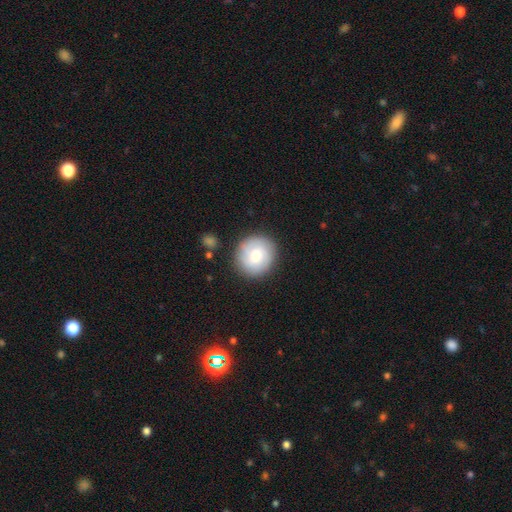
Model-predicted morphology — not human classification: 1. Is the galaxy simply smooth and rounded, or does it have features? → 60% smooth, 33% featured or disk, 7% star or artifact.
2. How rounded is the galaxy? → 91% round, 8% in between, 1% cigar-shaped.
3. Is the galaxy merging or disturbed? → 85% none, 10% minor disturbance, 3% major disturbance, 2% merger.